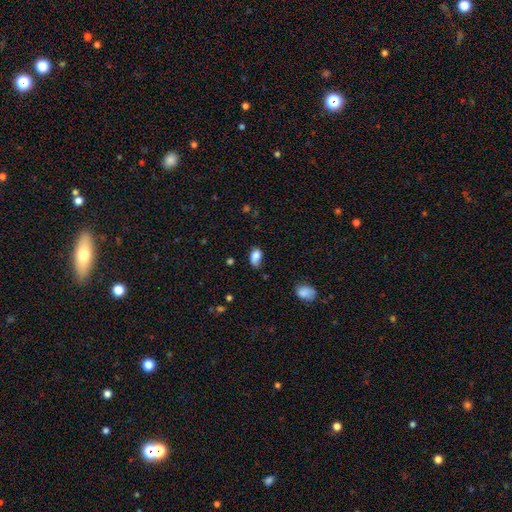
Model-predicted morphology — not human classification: Overall: smooth (82%). How rounded: in between (87%). Merging: none (55%; minor disturbance 34%).